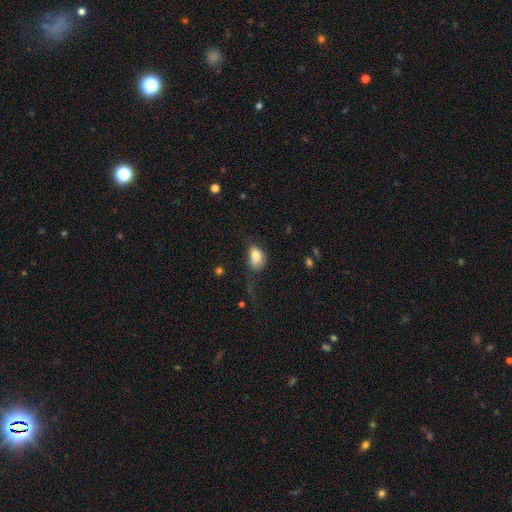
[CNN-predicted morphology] Smooth or featured: smooth — 81% (featured or disk — 10%)
How rounded: in between — 86% (round — 13%)
Merging: none — 36% (major disturbance — 31%)